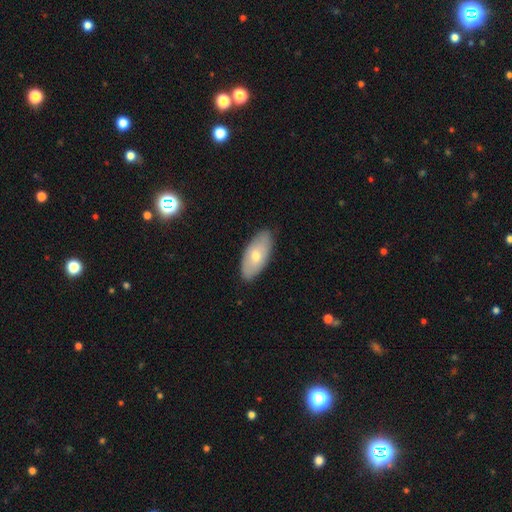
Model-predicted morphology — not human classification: A smooth galaxy with no disk features (63%) that is in between round and cigar-shaped (90%).

Vote fractions:
- Smooth or featured? smooth: 63% / featured or disk: 31% / star or artifact: 6%
- How rounded? in between: 90% / cigar-shaped: 7% / round: 3%
- Merging? none: 86% / minor disturbance: 11% / major disturbance: 2% / merger: 1%